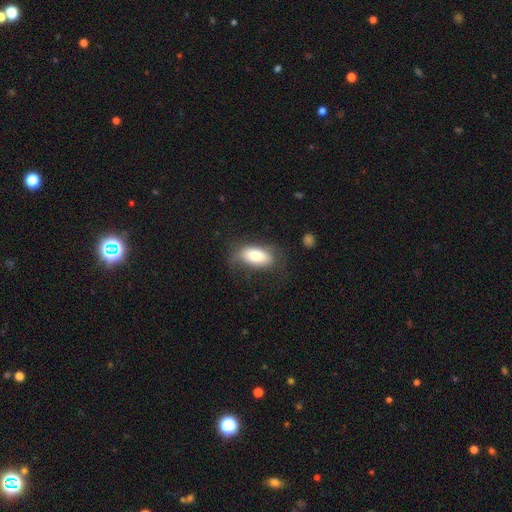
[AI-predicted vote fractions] Smooth or featured: smooth — 76% (featured or disk — 17%)
How rounded: in between — 89% (cigar-shaped — 8%)
Merging: none — 60% (minor disturbance — 24%)